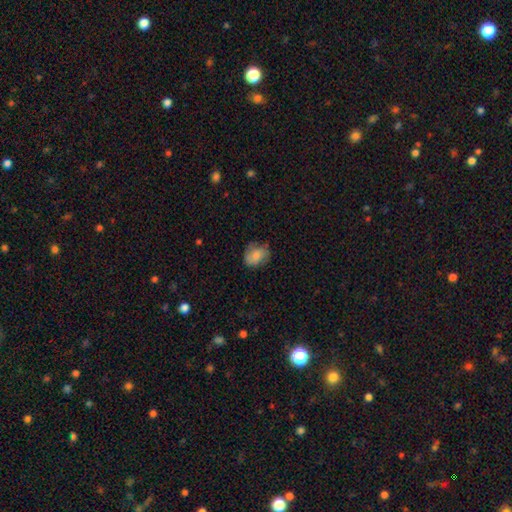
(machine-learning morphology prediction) smooth 74%, featured or disk 19%, star or artifact 7%. Down the decision tree: how rounded — in between (49%, tied with round); merging — none (66%).